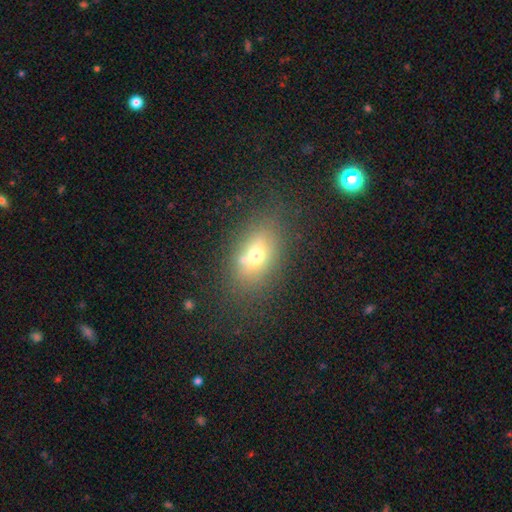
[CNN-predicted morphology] smooth_or_featured: smooth (p=0.62) [alt: featured or disk p=0.23]
how_rounded: in between (p=0.76) [alt: round p=0.19]
merging: none (p=0.68) [alt: minor disturbance p=0.15]